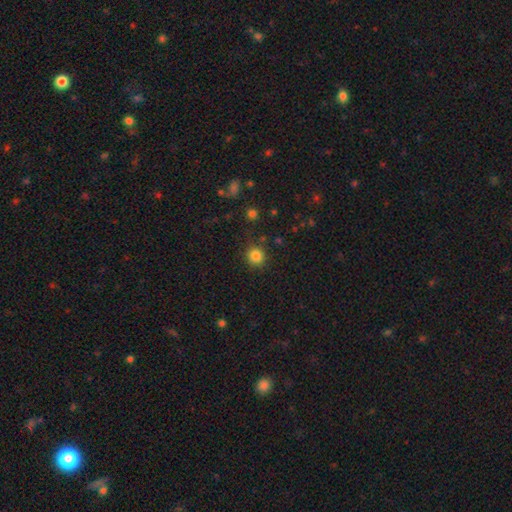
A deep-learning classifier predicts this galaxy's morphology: Smooth or featured?
  - smooth: 84% *
  - star or artifact: 12%
  - featured or disk: 5%
How rounded?
  - round: 90% *
  - in between: 9%
  - cigar-shaped: 1%
Merging?
  - none: 86% *
  - minor disturbance: 9%
  - major disturbance: 3%
  - merger: 2%